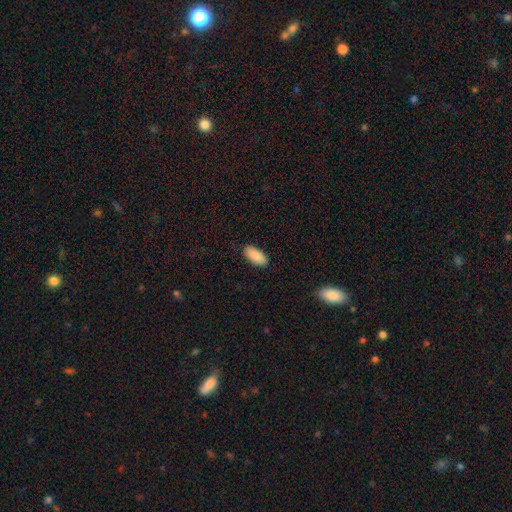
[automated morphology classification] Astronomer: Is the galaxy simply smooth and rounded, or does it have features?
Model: smooth — 90%.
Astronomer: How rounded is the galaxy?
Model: in between — 91%.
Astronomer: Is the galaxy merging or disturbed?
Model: none — 89%.